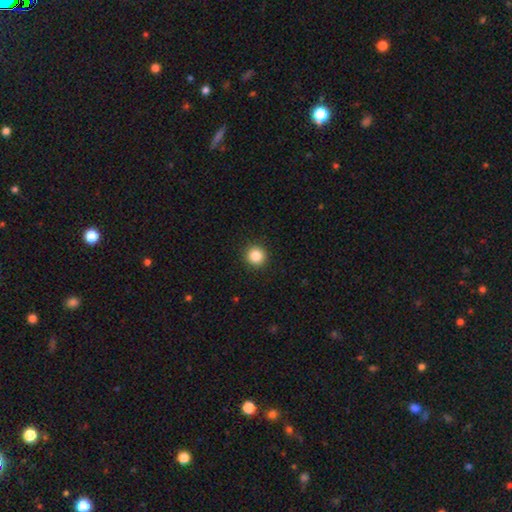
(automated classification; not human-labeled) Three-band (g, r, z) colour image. It shows a smooth galaxy with no disk features (86%) that is round (94%). Merging: none (93%).